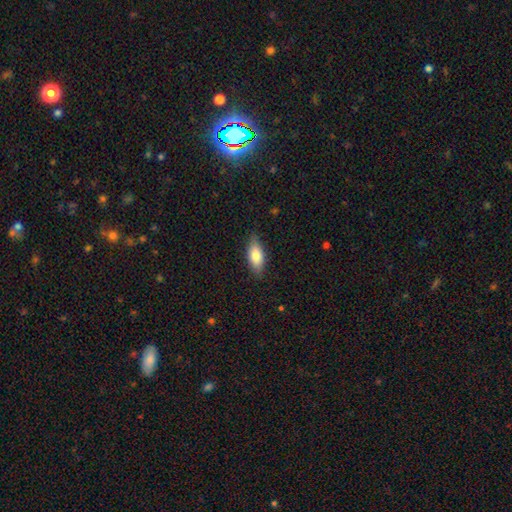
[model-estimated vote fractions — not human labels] Morphology: type=smooth (78%); roundness=in between (78%); merging=none (82%).